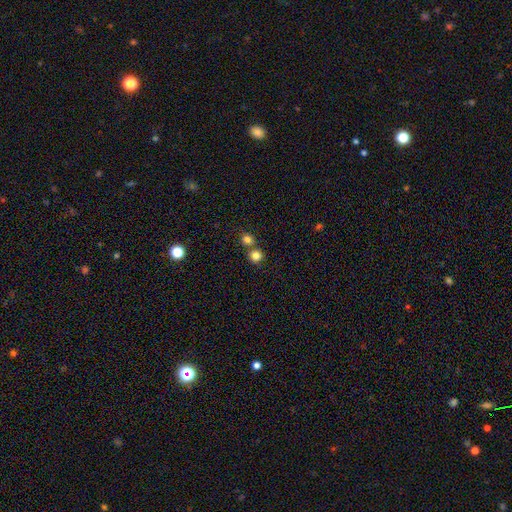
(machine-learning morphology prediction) Q: Smooth or featured?
A: smooth (81%); runner-up: star or artifact (13%)
Q: How rounded?
A: round (91%); runner-up: in between (8%)
Q: Merging?
A: none (64%); runner-up: merger (28%)